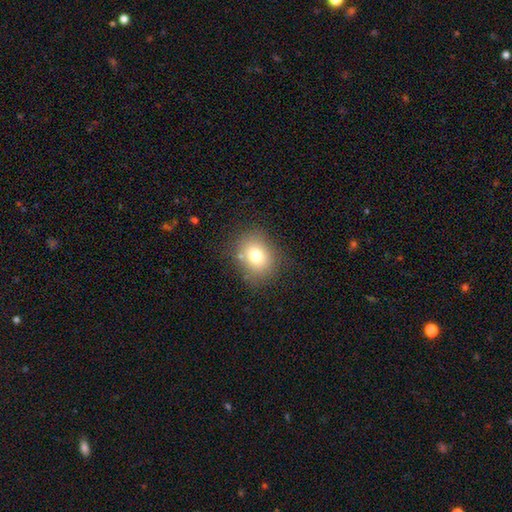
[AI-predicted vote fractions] smooth 75%, featured or disk 13%, star or artifact 12%. Down the decision tree: how rounded — round (54%); merging — none (79%).